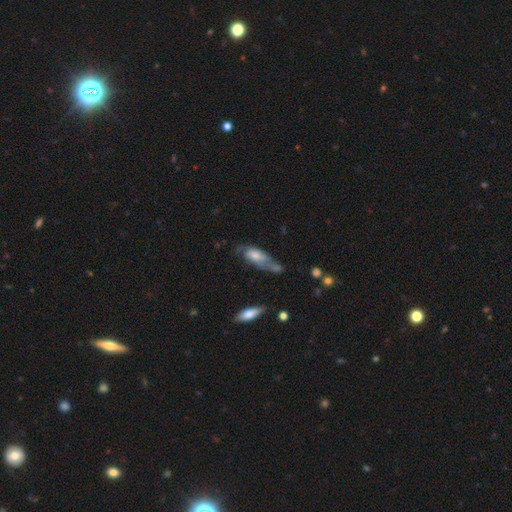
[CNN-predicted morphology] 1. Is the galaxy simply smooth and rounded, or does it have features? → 53% featured or disk, 40% smooth, 7% star or artifact.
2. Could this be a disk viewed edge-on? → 82% no, 18% yes.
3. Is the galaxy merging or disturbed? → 36% none, 28% minor disturbance, 27% major disturbance, 9% merger.